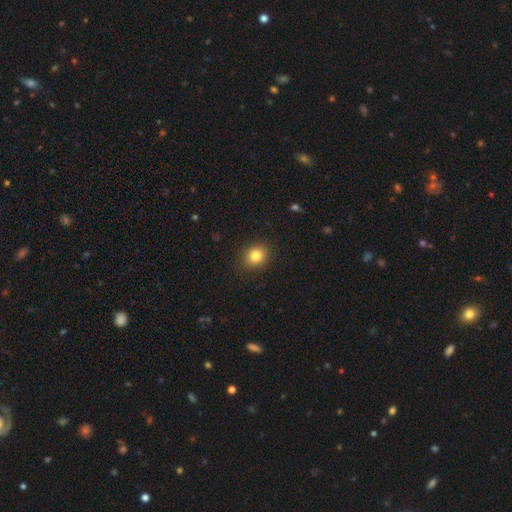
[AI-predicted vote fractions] Smooth or featured? Predicted: smooth (p=0.84). How rounded? Predicted: round (p=0.71). Merging? Predicted: none (p=0.88).